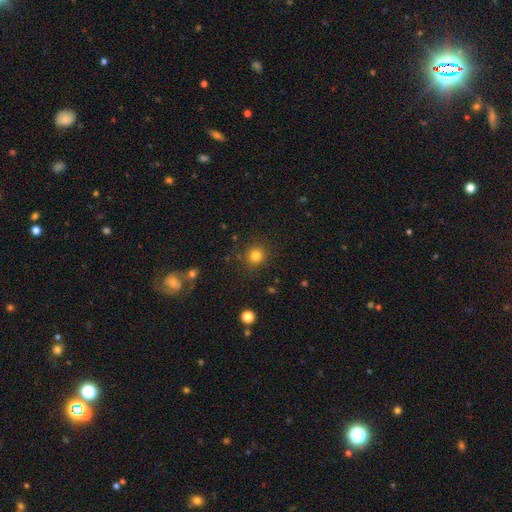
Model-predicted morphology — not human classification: Smooth or featured? smooth (80%)
How rounded? round (90%)
Merging? none (86%)